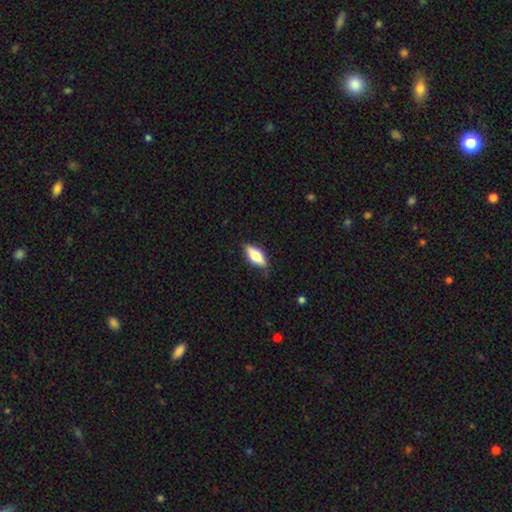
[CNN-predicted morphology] Smooth or featured?
  - smooth: 65% *
  - featured or disk: 29%
  - star or artifact: 6%
How rounded?
  - in between: 74% *
  - cigar-shaped: 23%
  - round: 3%
Merging?
  - none: 81% *
  - minor disturbance: 15%
  - major disturbance: 3%
  - merger: 1%